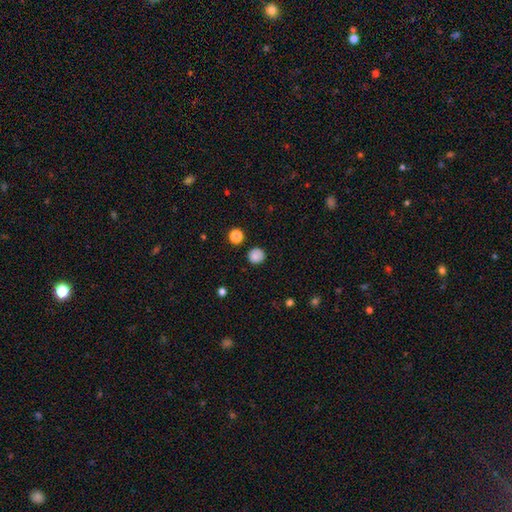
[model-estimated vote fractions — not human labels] Q: Smooth or featured?
A: smooth (84%); runner-up: star or artifact (11%)
Q: How rounded?
A: round (93%); runner-up: in between (6%)
Q: Merging?
A: none (87%); runner-up: minor disturbance (9%)